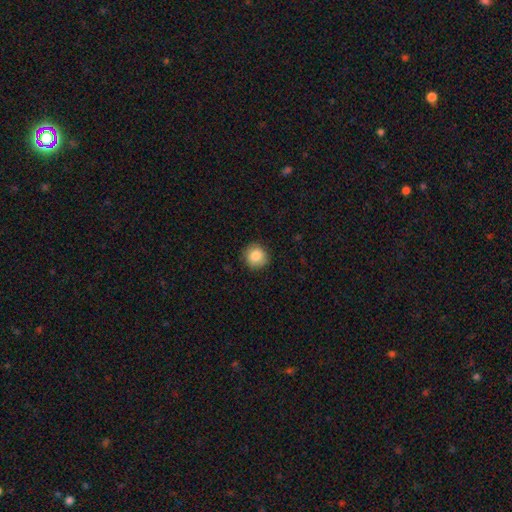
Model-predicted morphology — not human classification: Smooth or featured?
  - smooth: 86% *
  - star or artifact: 9%
  - featured or disk: 5%
How rounded?
  - round: 90% *
  - in between: 9%
  - cigar-shaped: 1%
Merging?
  - none: 87% *
  - minor disturbance: 10%
  - major disturbance: 2%
  - merger: 1%